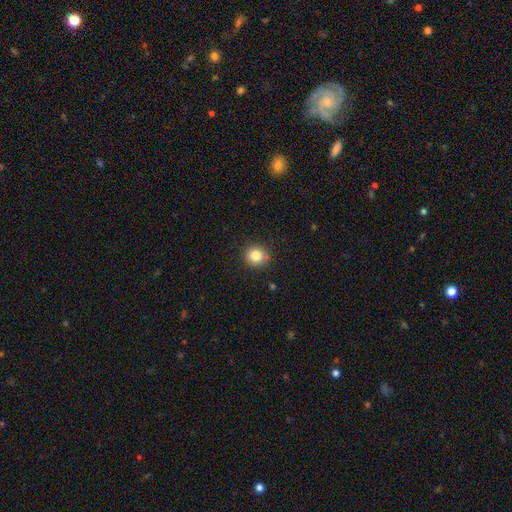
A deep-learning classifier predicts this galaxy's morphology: A smooth galaxy with no disk features (82%) that is round (91%). Merging: none (87%).